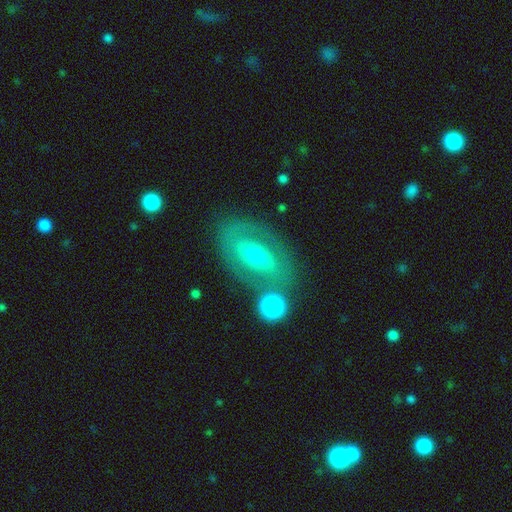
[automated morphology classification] A featured or disk galaxy (67%) with no bar (44%), no spiral arms (52%) and a moderate central bulge (50%).

Vote fractions:
- Smooth or featured? featured or disk: 67% / smooth: 25% / star or artifact: 8%
- Edge-on disk? no: 92% / yes: 8%
- Bar? no: 44% / weak: 29% / strong: 26%
- Spiral arms? no: 52% / yes: 48%
- Bulge size? moderate: 50% / small: 45% / large: 3% / none: 1% / dominant: 1%
- Merging? none: 73% / minor disturbance: 15% / major disturbance: 8% / merger: 5%